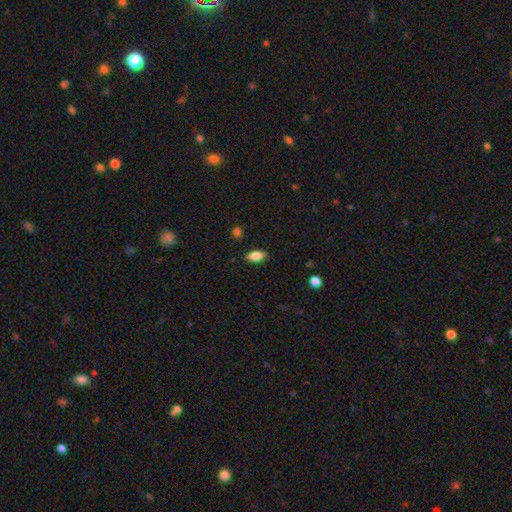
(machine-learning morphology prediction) smooth 80%, featured or disk 12%, star or artifact 8%. Down the decision tree: how rounded — in between (87%); merging — none (86%).